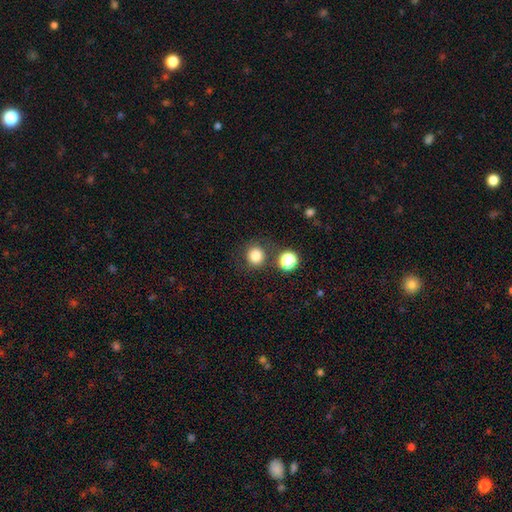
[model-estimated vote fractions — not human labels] A smooth galaxy with no disk features (82%) that is round (90%). Merging: none (79%).